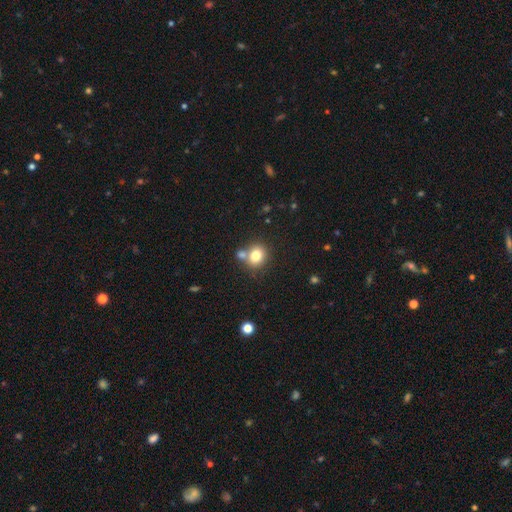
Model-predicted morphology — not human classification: A smooth galaxy with no disk features (79%) that is round (69%). Merging: none (58%).